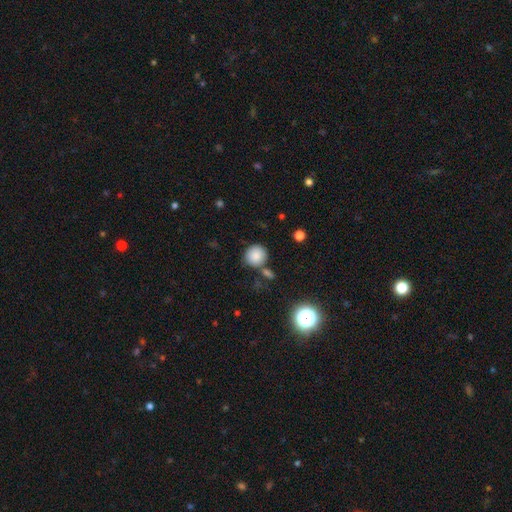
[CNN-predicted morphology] Smooth or featured?
  - smooth: 84% *
  - star or artifact: 10%
  - featured or disk: 5%
How rounded?
  - round: 89% *
  - in between: 10%
  - cigar-shaped: 1%
Merging?
  - none: 74% *
  - merger: 12%
  - minor disturbance: 11%
  - major disturbance: 4%